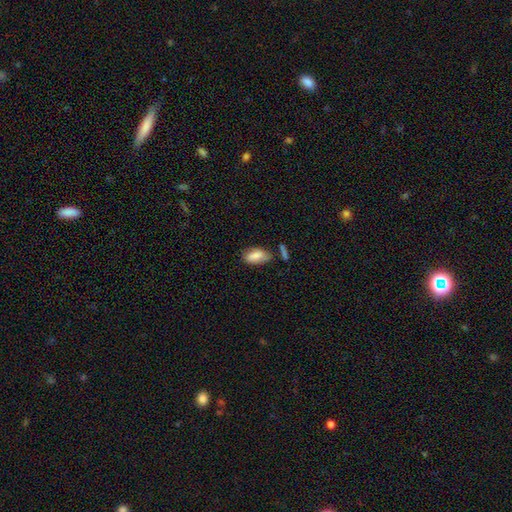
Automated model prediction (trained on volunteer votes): Smooth or featured? smooth (82%)
How rounded? in between (92%)
Merging? none (62%)